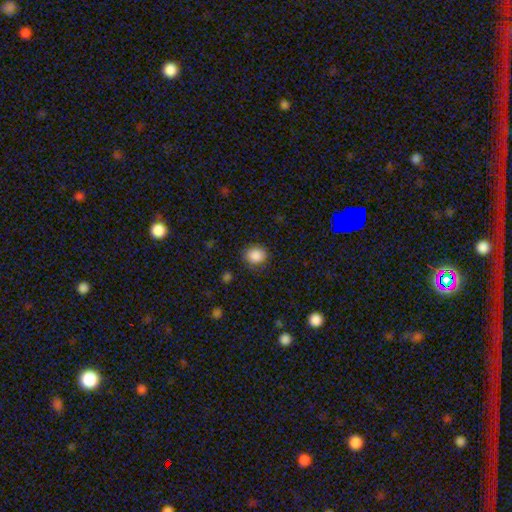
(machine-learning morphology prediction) Smooth or featured: smooth — 87% (star or artifact — 9%)
How rounded: round — 68% (in between — 31%)
Merging: none — 84% (minor disturbance — 11%)